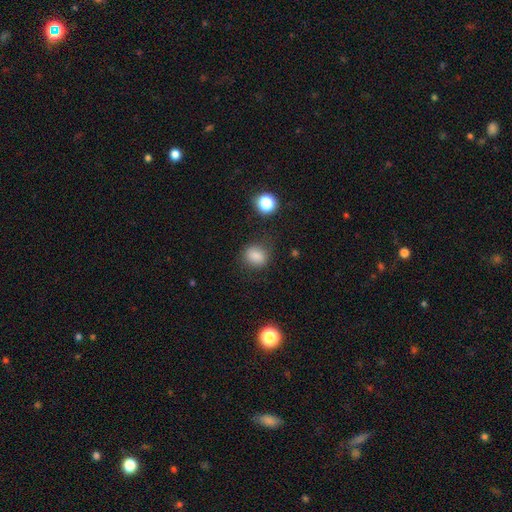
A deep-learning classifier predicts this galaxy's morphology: A smooth galaxy with no disk features (83%) that is round (52%). Merging: none (72%).